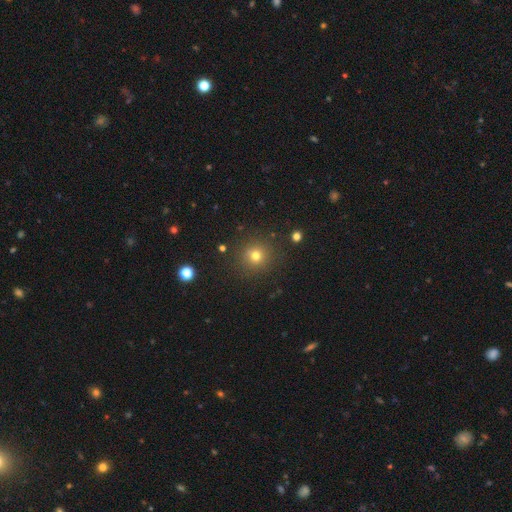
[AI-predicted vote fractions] Q: Smooth or featured?
A: smooth (74%); runner-up: star or artifact (18%)
Q: How rounded?
A: round (93%); runner-up: in between (6%)
Q: Merging?
A: none (87%); runner-up: minor disturbance (7%)